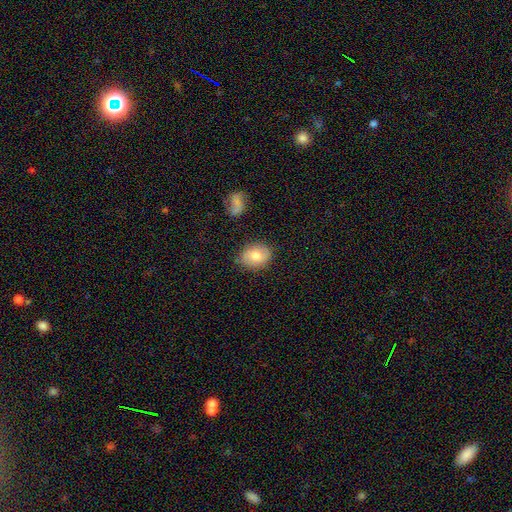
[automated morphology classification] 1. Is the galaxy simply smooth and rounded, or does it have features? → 75% smooth, 18% featured or disk, 8% star or artifact.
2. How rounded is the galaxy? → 62% in between, 36% round, 1% cigar-shaped.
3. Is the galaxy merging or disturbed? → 80% none, 15% minor disturbance, 3% major disturbance, 3% merger.